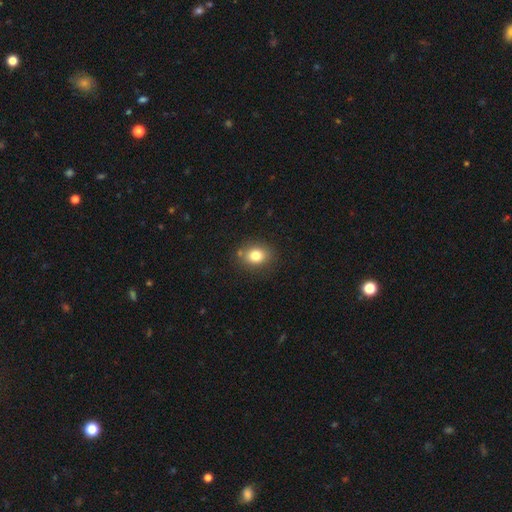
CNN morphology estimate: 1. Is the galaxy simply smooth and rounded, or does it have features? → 80% smooth, 11% star or artifact, 9% featured or disk.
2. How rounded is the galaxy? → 53% round, 46% in between, 1% cigar-shaped.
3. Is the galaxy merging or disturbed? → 82% none, 11% minor disturbance, 4% merger, 3% major disturbance.